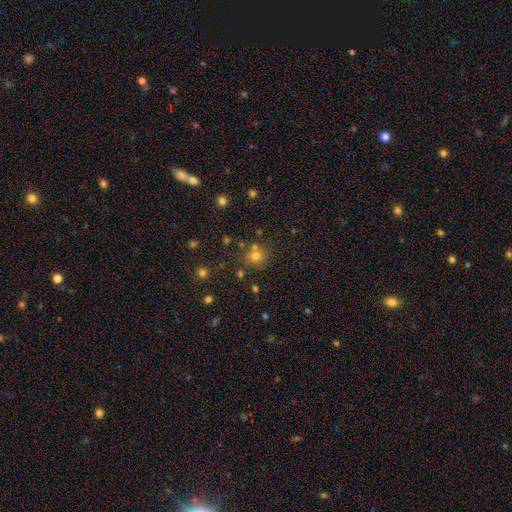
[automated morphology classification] smooth 70%, star or artifact 20%, featured or disk 10%. Down the decision tree: how rounded — round (88%); merging — none (71%).